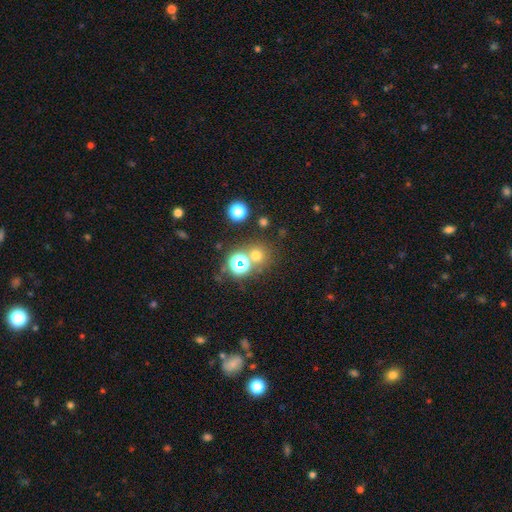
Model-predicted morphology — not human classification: The model was most divided on "smooth or featured": smooth: 59%, star or artifact: 33%, featured or disk: 8%. More confident: how rounded — round (89%); merging — none (72%).